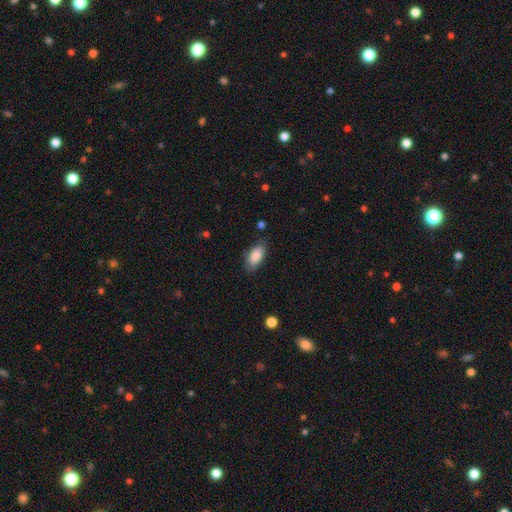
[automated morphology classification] Smooth or featured? Predicted: smooth (p=0.87). How rounded? Predicted: in between (p=0.89). Merging? Predicted: none (p=0.80).